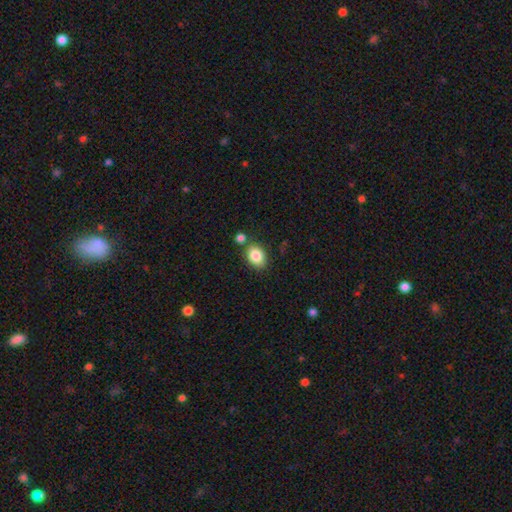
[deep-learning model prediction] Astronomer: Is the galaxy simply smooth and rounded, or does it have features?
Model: smooth — 85%.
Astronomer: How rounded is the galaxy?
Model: in between — 70%.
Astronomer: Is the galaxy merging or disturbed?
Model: none — 73%.